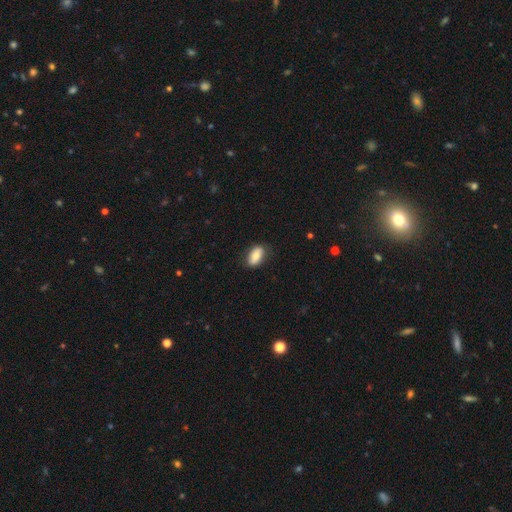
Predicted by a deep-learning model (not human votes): This appears to be a smooth galaxy with no disk features (80%) that is in between round and cigar-shaped (90%). Merging: none (79%).